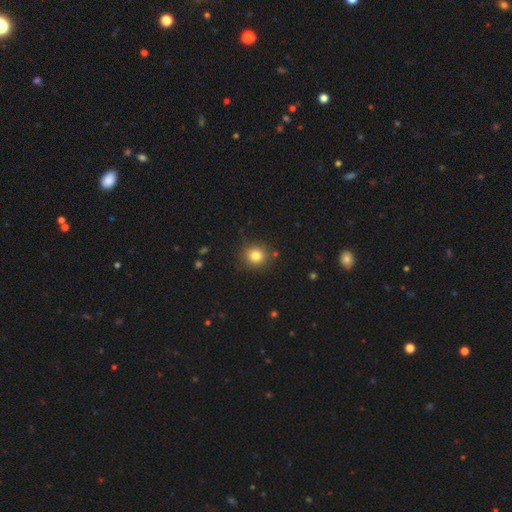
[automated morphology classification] This appears to be a smooth galaxy with no disk features (81%) that is round (89%). Merging: none (87%).